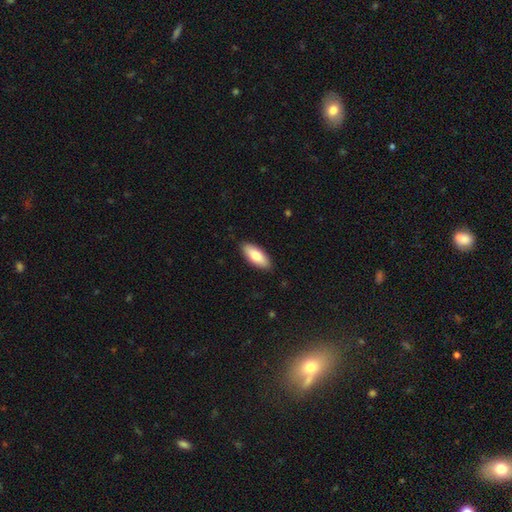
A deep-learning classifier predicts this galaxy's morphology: smooth 78%, featured or disk 16%, star or artifact 6%. Down the decision tree: how rounded — in between (79%); merging — none (88%).